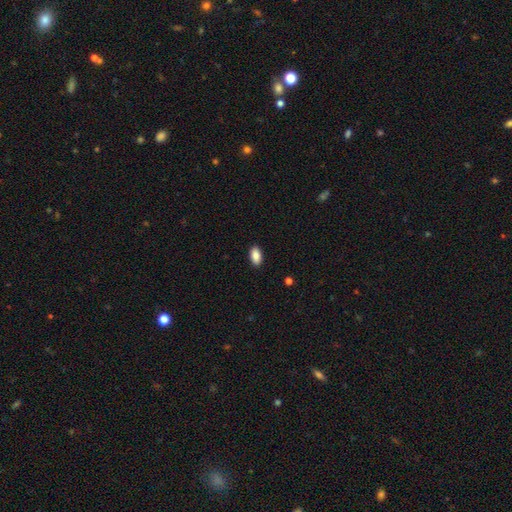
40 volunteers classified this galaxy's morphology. Smooth or featured?
  - smooth: 90% *
  - star or artifact: 8%
  - featured or disk: 2%
How rounded?
  - in between: 89% *
  - cigar-shaped: 8%
  - round: 3%
Merging?
  - none: 92% *
  - minor disturbance: 5%
  - major disturbance: 3%
  - merger: 0%